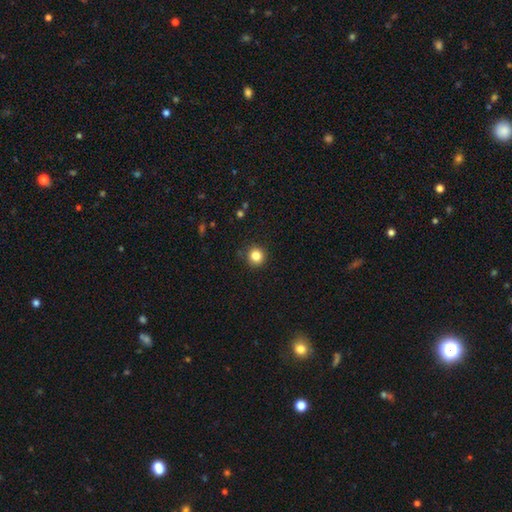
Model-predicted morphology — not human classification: Smooth or featured? Predicted: smooth (p=0.84). How rounded? Predicted: round (p=0.92). Merging? Predicted: none (p=0.89).